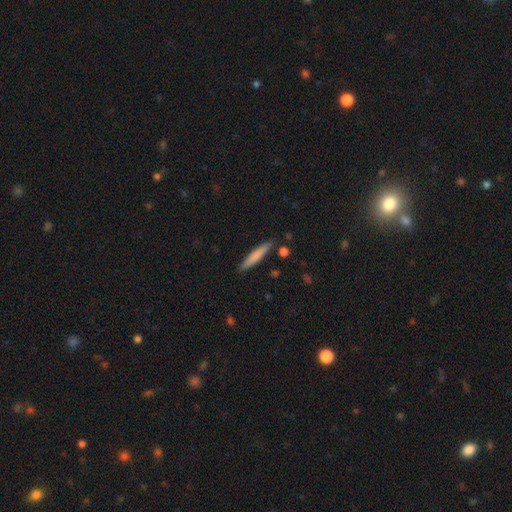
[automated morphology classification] Smooth or featured? smooth (74%)
How rounded? cigar-shaped (93%)
Merging? none (87%)